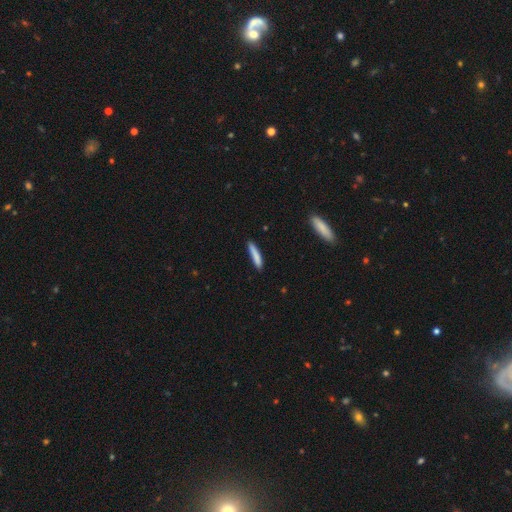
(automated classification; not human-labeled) A smooth galaxy with no disk features (83%) that is cigar-shaped (91%).

Vote fractions:
- Smooth or featured? smooth: 83% / featured or disk: 11% / star or artifact: 6%
- How rounded? cigar-shaped: 91% / in between: 7% / round: 1%
- Merging? none: 85% / minor disturbance: 11% / major disturbance: 2% / merger: 2%